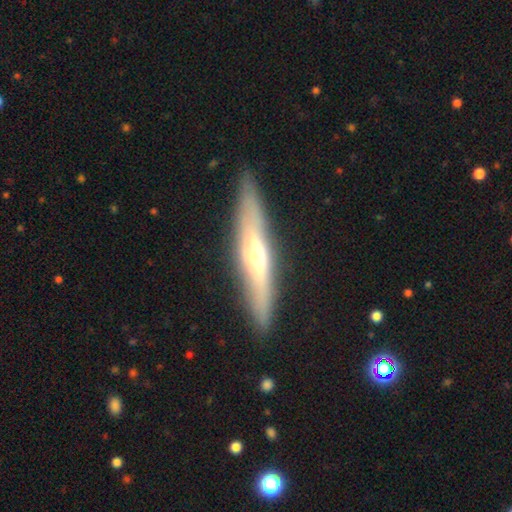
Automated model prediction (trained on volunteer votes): Morphology: type=featured or disk (63%); edge-on=yes (86%); edge-on bulge=rounded (79%); merging=none (88%).